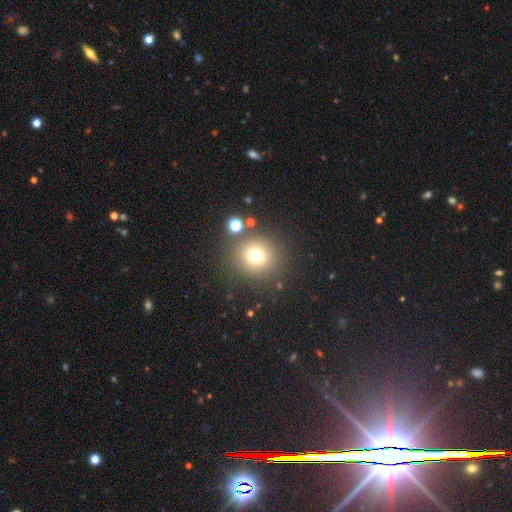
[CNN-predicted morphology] Q: Smooth or featured?
A: smooth (71%); runner-up: star or artifact (18%)
Q: How rounded?
A: round (91%); runner-up: in between (8%)
Q: Merging?
A: none (82%); runner-up: minor disturbance (8%)